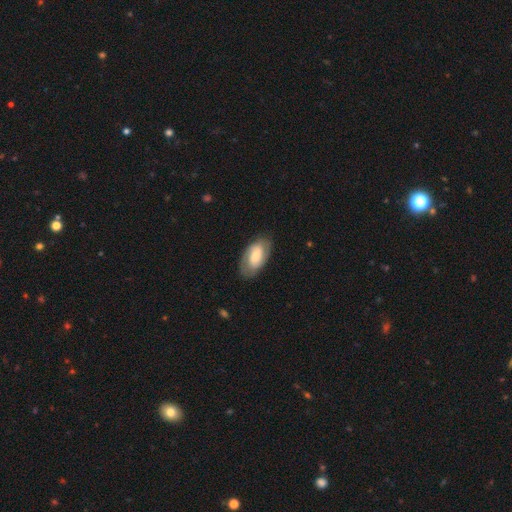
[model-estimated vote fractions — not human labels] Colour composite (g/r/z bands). It shows a smooth galaxy with no disk features (50%). Merging: none (77%).